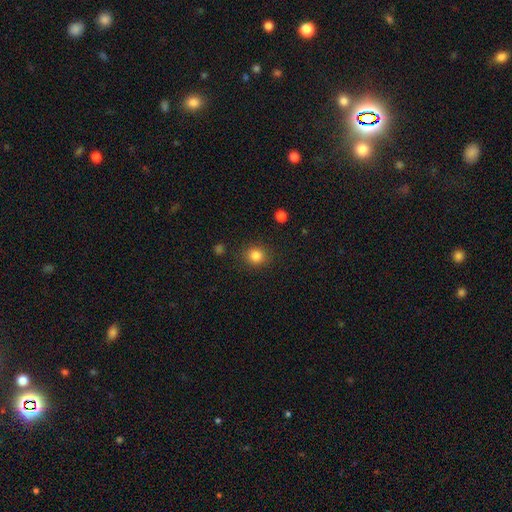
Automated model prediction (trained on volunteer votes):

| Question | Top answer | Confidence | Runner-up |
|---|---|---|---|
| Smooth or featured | smooth | 84% | star or artifact (11%) |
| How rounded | round | 87% | in between (12%) |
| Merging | none | 88% | minor disturbance (7%) |